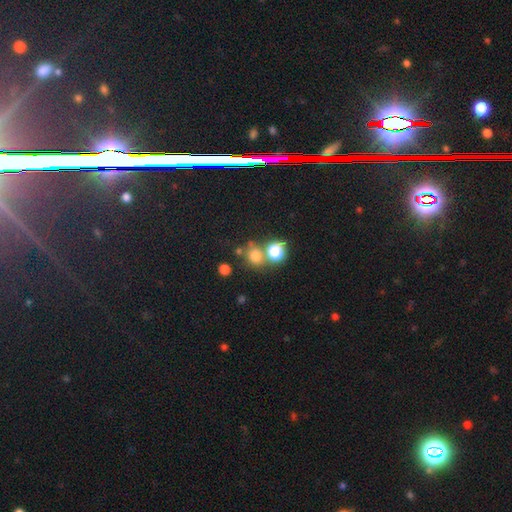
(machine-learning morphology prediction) This is likely a smooth galaxy (74%). How rounded: likely round (78%). Merging: possibly none (51%).